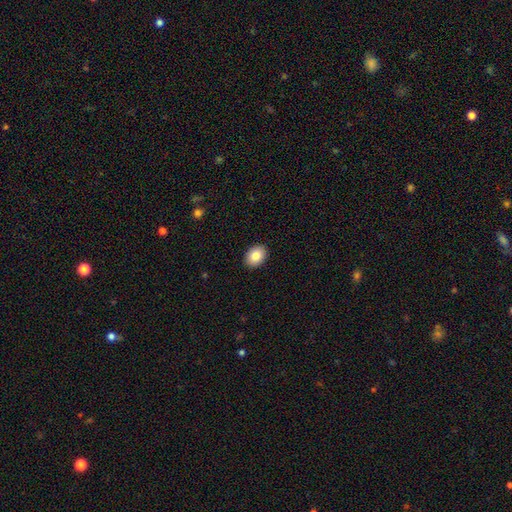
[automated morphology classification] A smooth galaxy with no disk features (84%) that is in between round and cigar-shaped (75%). Merging: none (91%).